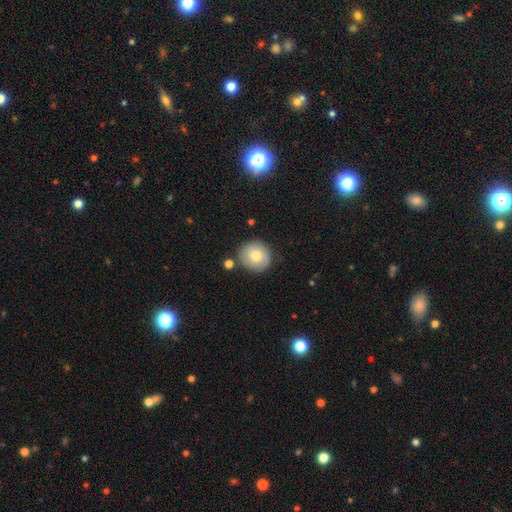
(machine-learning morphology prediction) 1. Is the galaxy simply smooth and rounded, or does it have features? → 73% smooth, 19% featured or disk, 8% star or artifact.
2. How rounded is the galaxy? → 91% round, 8% in between, 1% cigar-shaped.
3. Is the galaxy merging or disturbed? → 80% none, 12% minor disturbance, 5% merger, 3% major disturbance.